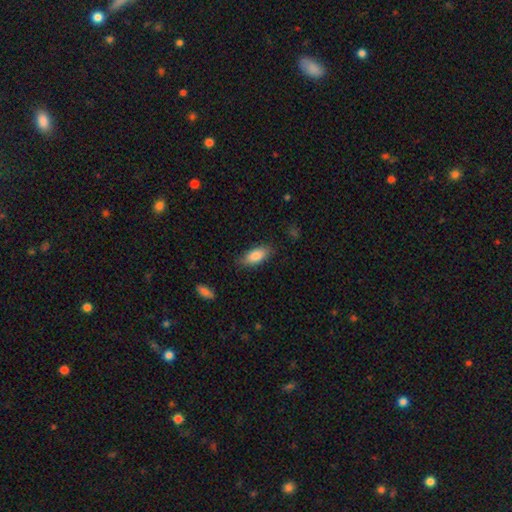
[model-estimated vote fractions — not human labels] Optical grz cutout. It shows a smooth galaxy with no disk features (84%) that is in between round and cigar-shaped (86%). Merging: none (77%).